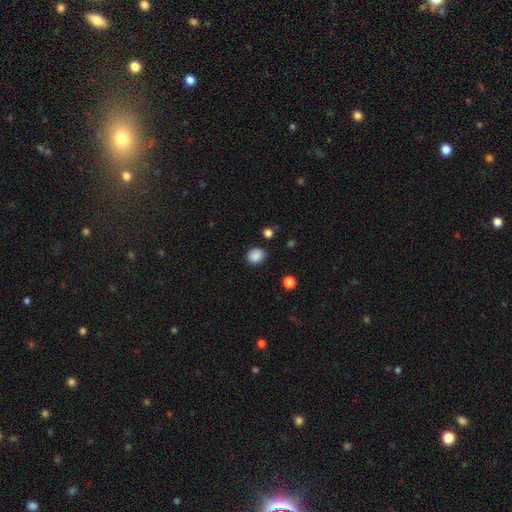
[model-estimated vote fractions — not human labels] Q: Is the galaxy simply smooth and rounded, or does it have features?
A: smooth — 87%.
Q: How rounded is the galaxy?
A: round — 70%.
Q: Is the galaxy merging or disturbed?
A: none — 85%.